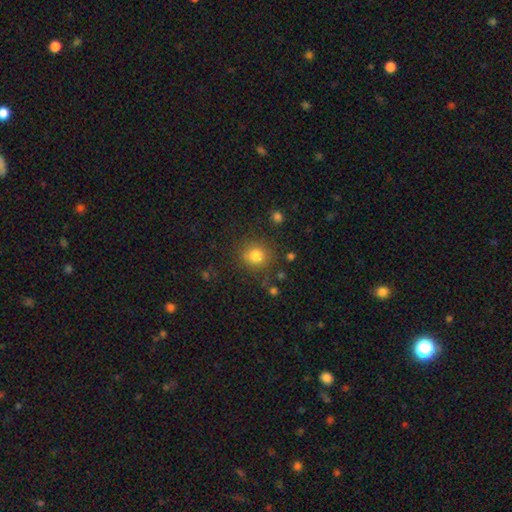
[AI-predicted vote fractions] Morphology: type=smooth (81%); roundness=round (87%); merging=none (82%).